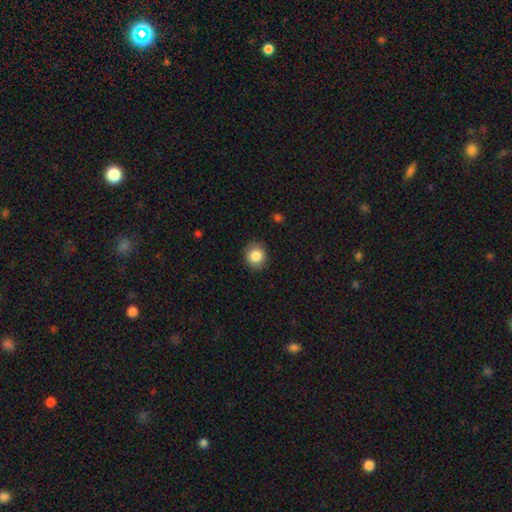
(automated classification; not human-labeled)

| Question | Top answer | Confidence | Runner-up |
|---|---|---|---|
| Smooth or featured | smooth | 86% | star or artifact (9%) |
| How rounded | round | 85% | in between (14%) |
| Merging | none | 88% | minor disturbance (9%) |